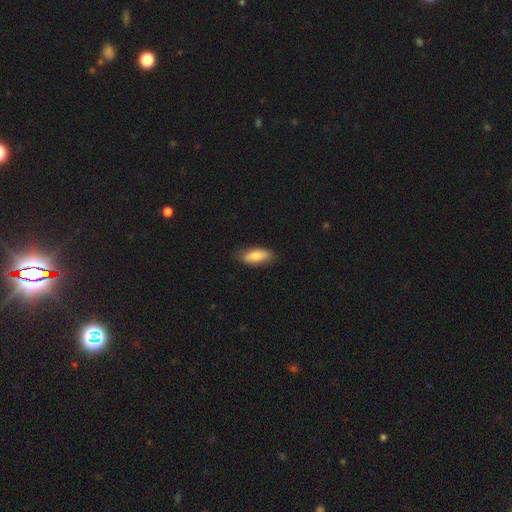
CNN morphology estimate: Smooth or featured? smooth (79%)
How rounded? in between (76%)
Merging? none (82%)